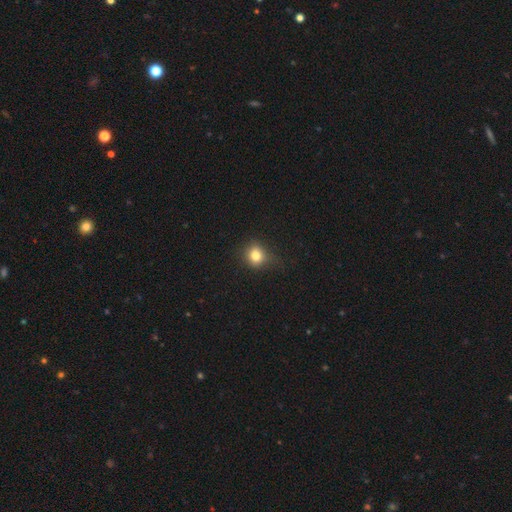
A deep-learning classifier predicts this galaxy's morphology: smooth 79%, star or artifact 13%, featured or disk 8%. Down the decision tree: how rounded — round (77%); merging — none (72%).